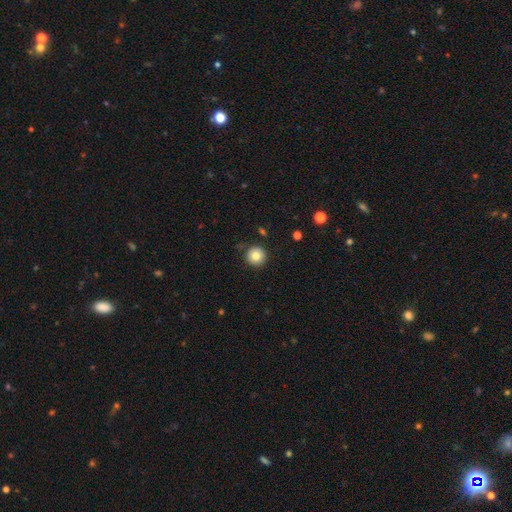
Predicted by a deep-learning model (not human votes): A smooth galaxy with no disk features (82%) that is round (96%).

Vote fractions:
- Smooth or featured? smooth: 82% / star or artifact: 10% / featured or disk: 8%
- How rounded? round: 96% / in between: 3% / cigar-shaped: 1%
- Merging? none: 89% / minor disturbance: 7% / major disturbance: 2% / merger: 2%